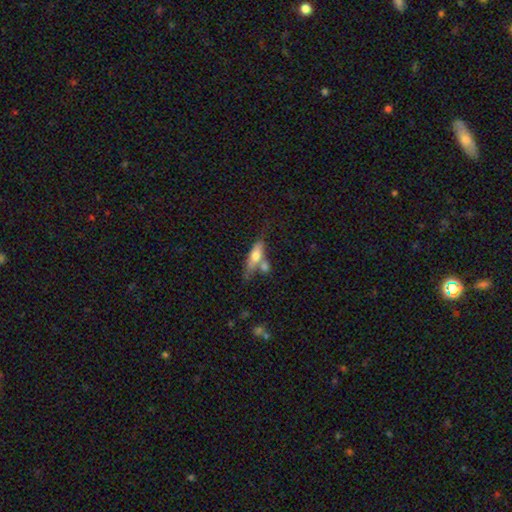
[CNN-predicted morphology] The model was most divided on "how rounded": in between: 49%, cigar-shaped: 46%, round: 4%. Remaining: smooth or featured — smooth (60%); merging — none (41%).